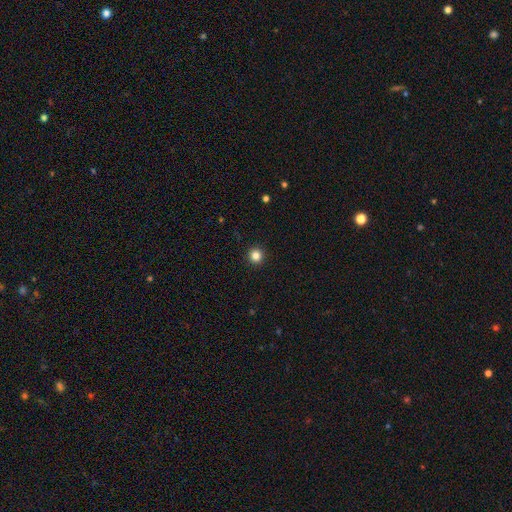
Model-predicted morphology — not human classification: Smooth or featured?
  - smooth: 83% *
  - star or artifact: 12%
  - featured or disk: 4%
How rounded?
  - round: 96% *
  - in between: 3%
  - cigar-shaped: 1%
Merging?
  - none: 94% *
  - minor disturbance: 4%
  - major disturbance: 1%
  - merger: 1%